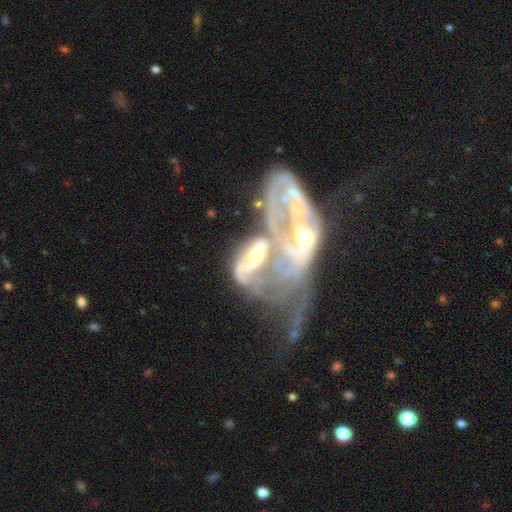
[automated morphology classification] Smooth or featured? Predicted: featured or disk (p=0.74). Edge-on disk? Predicted: no (p=0.93). Bar? Predicted: no (p=0.59). Spiral arms? Predicted: yes (p=0.59). Bulge size? Predicted: moderate (p=0.49). Merging? Predicted: merger (p=0.75).